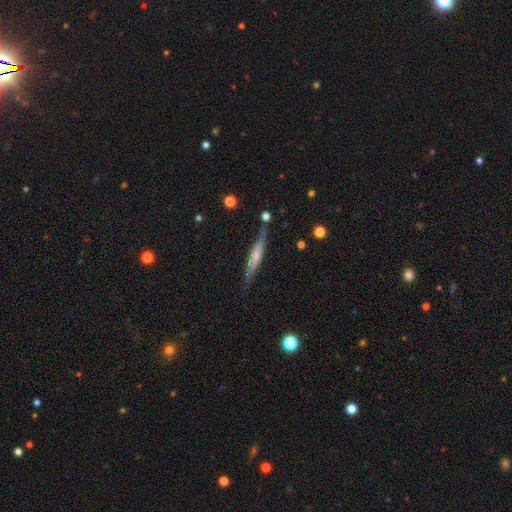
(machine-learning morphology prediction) Q: Smooth or featured?
A: featured or disk (49%); runner-up: smooth (45%)
Q: Merging?
A: none (73%); runner-up: minor disturbance (19%)